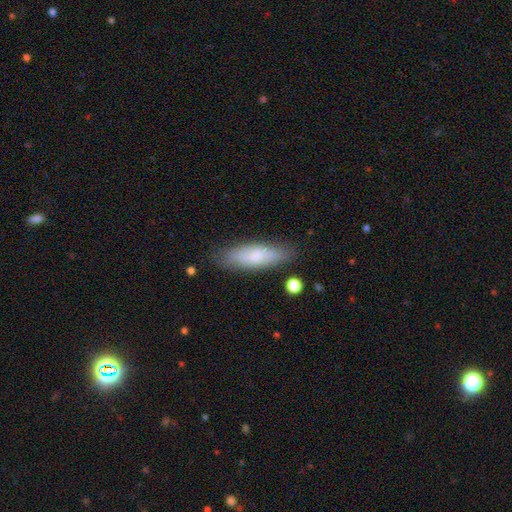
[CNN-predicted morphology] Smooth or featured: smooth — 73% (featured or disk — 20%)
How rounded: in between — 50% (cigar-shaped — 48%)
Merging: none — 80% (minor disturbance — 14%)